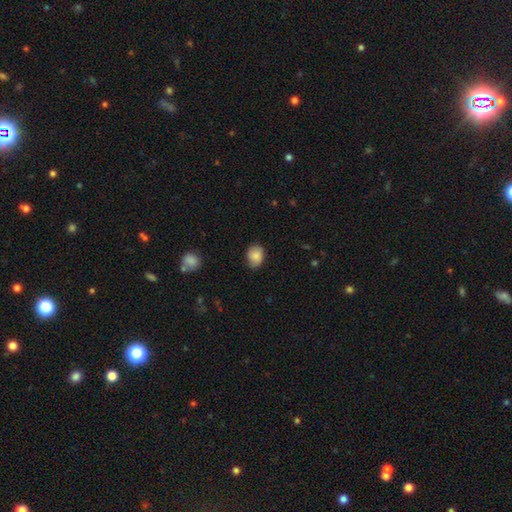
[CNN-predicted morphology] Q: Smooth or featured?
A: smooth (85%); runner-up: star or artifact (8%)
Q: How rounded?
A: in between (60%); runner-up: round (39%)
Q: Merging?
A: none (73%); runner-up: minor disturbance (22%)